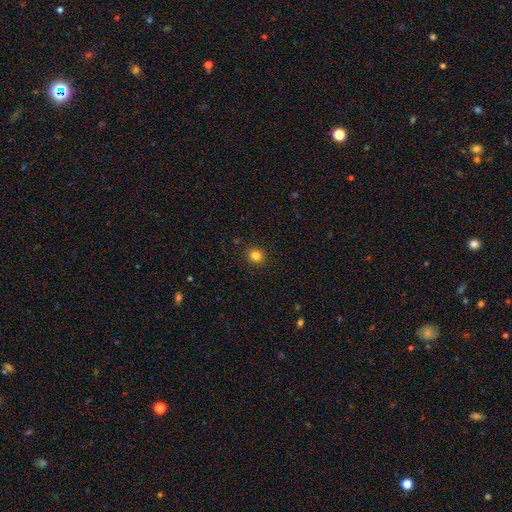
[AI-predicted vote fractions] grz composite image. It shows a smooth galaxy with no disk features (83%) that is round (88%). Merging: none (91%).